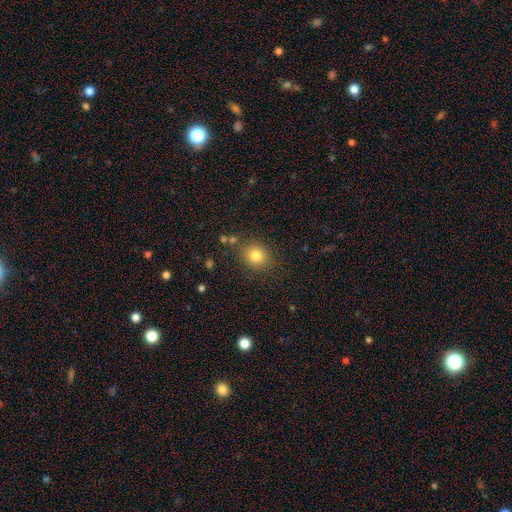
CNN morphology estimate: This is clearly a smooth galaxy (80%). How rounded: likely round (76%). Merging: clearly none (84%).